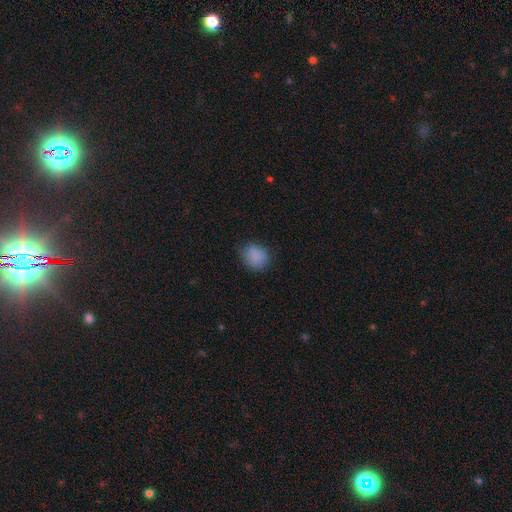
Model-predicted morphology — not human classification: type=smooth (85%); roundness=round (65%); merging=none (74%).